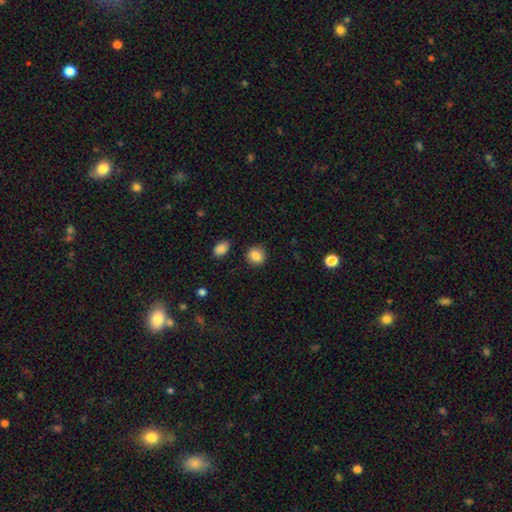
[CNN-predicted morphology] Smooth or featured? smooth (86%)
How rounded? round (67%)
Merging? none (84%)